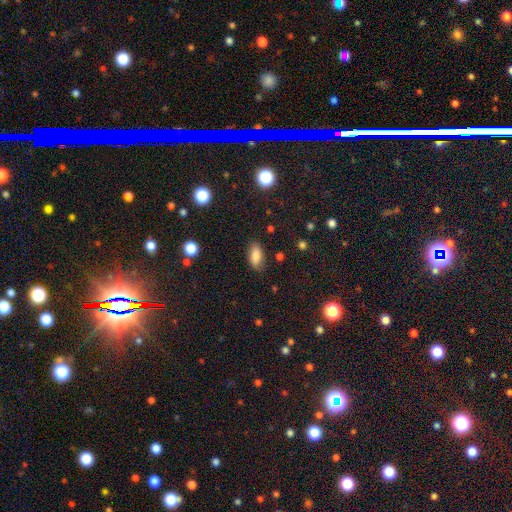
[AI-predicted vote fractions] Smooth or featured? Predicted: smooth (p=0.82). How rounded? Predicted: in between (p=0.87). Merging? Predicted: none (p=0.83).